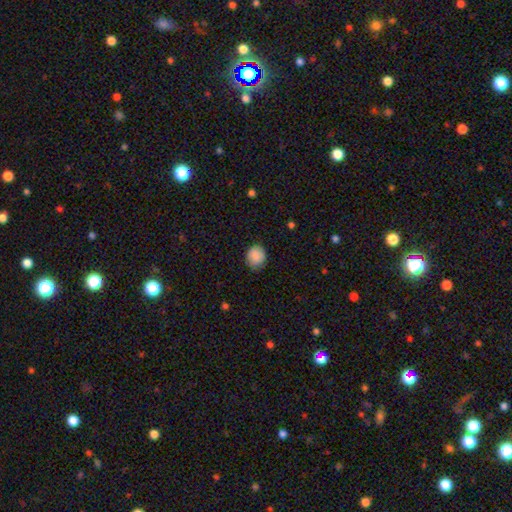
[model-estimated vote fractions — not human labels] Smooth or featured?
  - smooth: 89% *
  - star or artifact: 8%
  - featured or disk: 4%
How rounded?
  - round: 80% *
  - in between: 20%
  - cigar-shaped: 1%
Merging?
  - none: 81% *
  - minor disturbance: 15%
  - major disturbance: 3%
  - merger: 1%